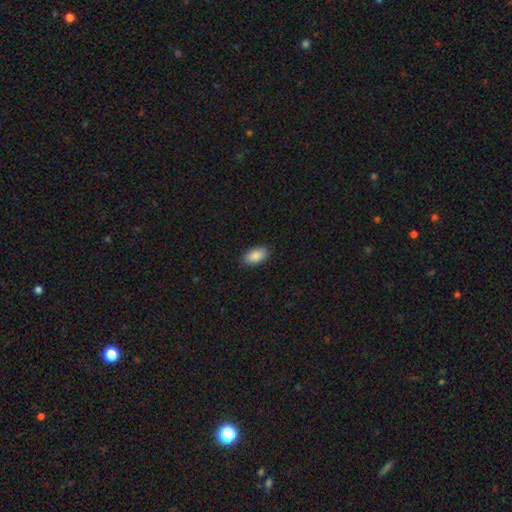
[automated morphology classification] smooth 89%, star or artifact 7%, featured or disk 4%. Down the decision tree: how rounded — in between (94%); merging — none (89%).